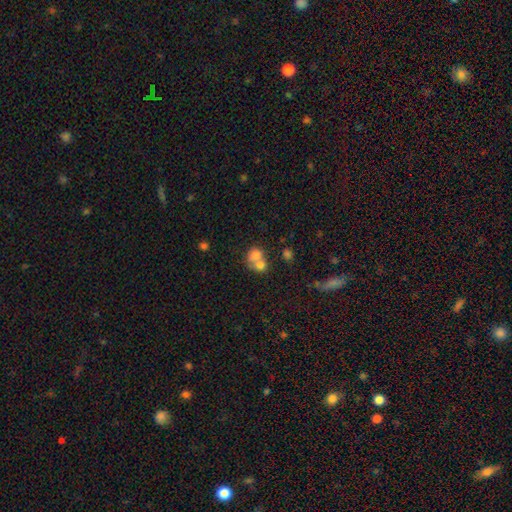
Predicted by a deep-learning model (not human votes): Smooth or featured?
  - smooth: 72% *
  - featured or disk: 17%
  - star or artifact: 11%
How rounded?
  - round: 66% *
  - in between: 33%
  - cigar-shaped: 1%
Merging?
  - merger: 66% *
  - none: 24%
  - minor disturbance: 6%
  - major disturbance: 4%